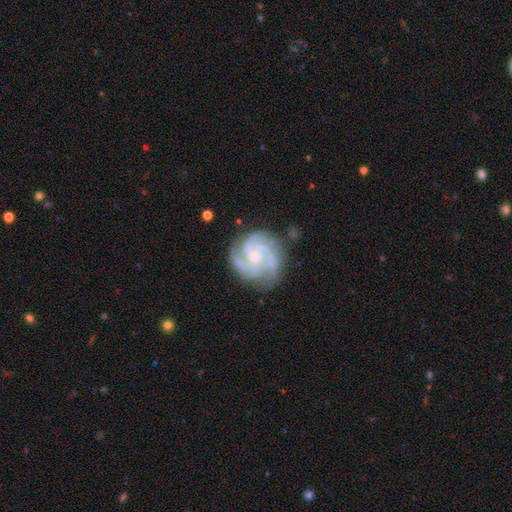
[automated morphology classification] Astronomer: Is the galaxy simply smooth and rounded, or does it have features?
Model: featured or disk — 90%.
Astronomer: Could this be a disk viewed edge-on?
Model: no — 98%.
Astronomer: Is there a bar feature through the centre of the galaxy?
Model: no — 69%.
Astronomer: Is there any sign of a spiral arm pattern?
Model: yes — 98%.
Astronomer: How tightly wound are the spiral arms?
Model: tight — 56% (runner-up: medium, 39%).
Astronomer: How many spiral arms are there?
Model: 3 — 52%.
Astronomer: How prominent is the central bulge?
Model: small — 62%.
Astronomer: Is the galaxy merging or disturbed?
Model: none — 76%.